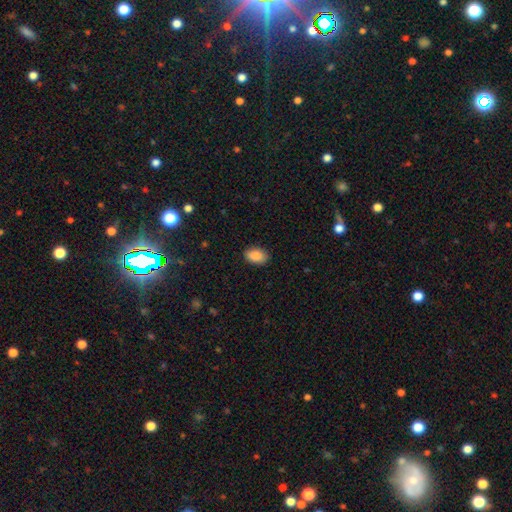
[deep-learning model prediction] smooth-or-featured: smooth: 86% | star or artifact: 7% | featured or disk: 7%
  how-rounded: in between: 89% | round: 10% | cigar-shaped: 1%
  merging: none: 89% | minor disturbance: 8% | major disturbance: 2% | merger: 1%